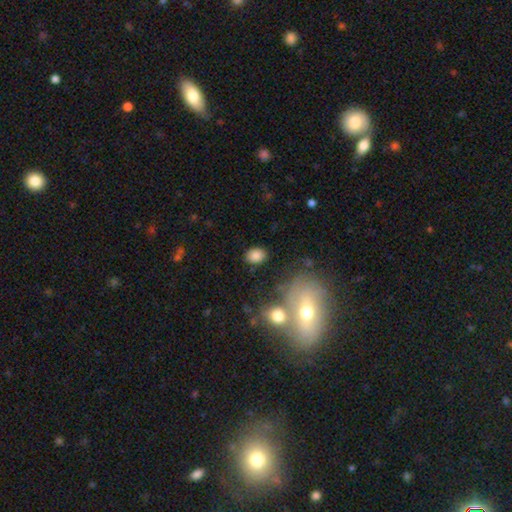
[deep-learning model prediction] Overall: smooth (84%). How rounded: in between (65%; round 33%). Merging: none (82%).